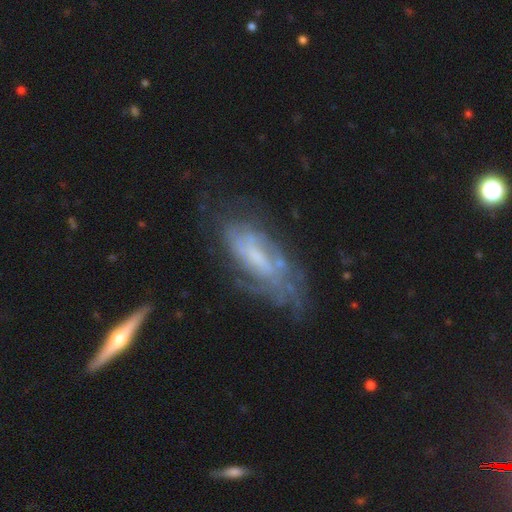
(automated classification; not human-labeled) Smooth or featured?
  - featured or disk: 70% *
  - smooth: 21%
  - star or artifact: 8%
Edge-on disk?
  - no: 84% *
  - yes: 16%
Bar?
  - no: 47% *
  - weak: 40%
  - strong: 13%
Spiral arms?
  - yes: 76% *
  - no: 24%
Bulge size?
  - small: 36% *
  - moderate: 32%
  - none: 24%
  - large: 7%
  - dominant: 1%
Merging?
  - none: 54% *
  - minor disturbance: 25%
  - major disturbance: 17%
  - merger: 4%